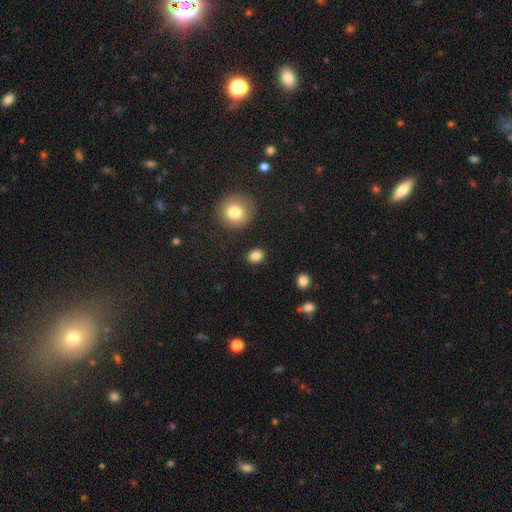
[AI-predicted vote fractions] smooth-or-featured: smooth: 85% | star or artifact: 10% | featured or disk: 5%
  how-rounded: round: 56% | in between: 43% | cigar-shaped: 1%
  merging: none: 87% | minor disturbance: 8% | major disturbance: 3% | merger: 2%